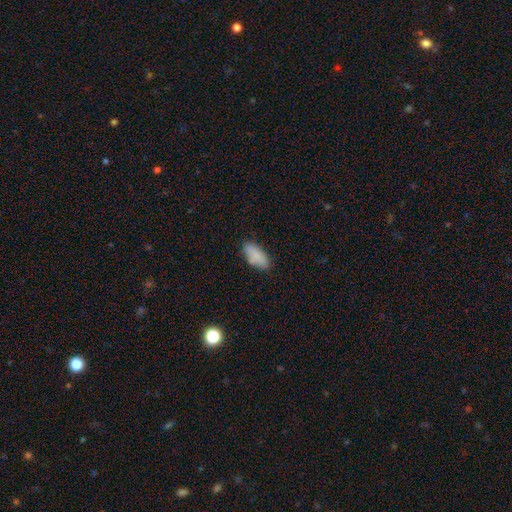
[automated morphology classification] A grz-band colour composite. It shows a smooth galaxy with no disk features (86%) that is in between round and cigar-shaped (88%). Merging: none (80%).